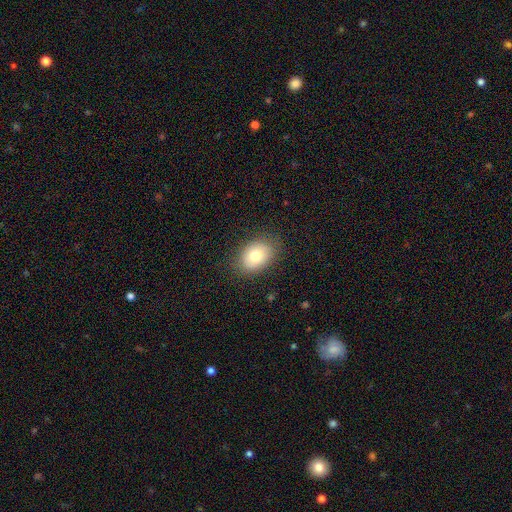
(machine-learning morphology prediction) smooth 77%, featured or disk 14%, star or artifact 9%. Down the decision tree: how rounded — in between (71%); merging — none (84%).